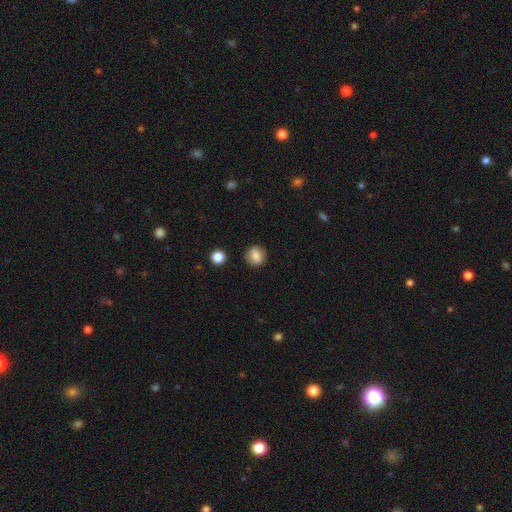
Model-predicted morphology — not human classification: Smooth or featured? Predicted: smooth (p=0.83). How rounded? Predicted: round (p=0.80). Merging? Predicted: none (p=0.87).